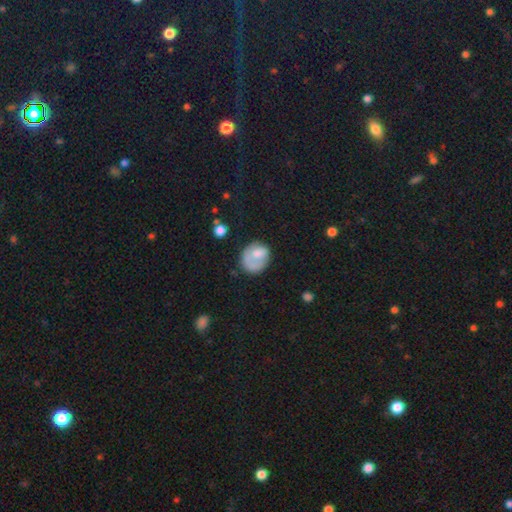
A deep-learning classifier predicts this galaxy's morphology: A smooth galaxy with no disk features (65%) that is round (65%).

Vote fractions:
- Smooth or featured? smooth: 65% / featured or disk: 27% / star or artifact: 7%
- How rounded? round: 65% / in between: 34% / cigar-shaped: 1%
- Merging? none: 48% / minor disturbance: 26% / major disturbance: 22% / merger: 4%